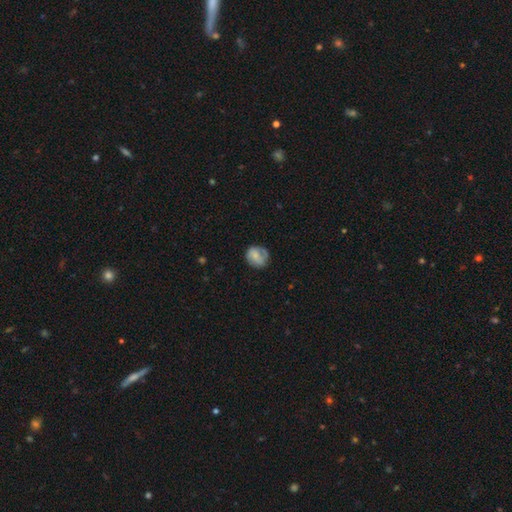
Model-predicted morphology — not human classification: This appears to be a smooth galaxy with no disk features (58%) that is round (73%). Merging: none (63%).